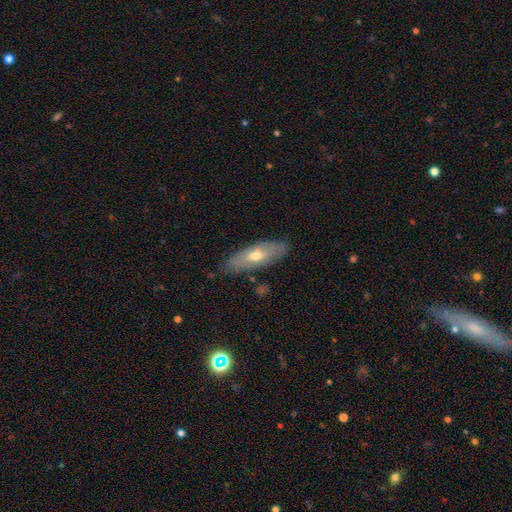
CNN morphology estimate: Smooth or featured? Predicted: featured or disk (p=0.55). Edge-on disk? Predicted: no (p=0.64). Merging? Predicted: none (p=0.82).